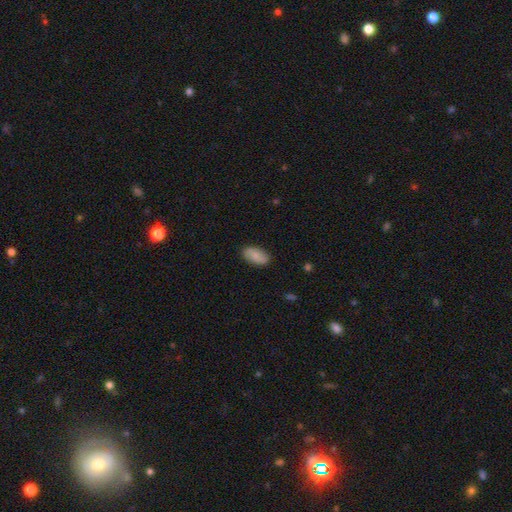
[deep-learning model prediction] smooth-or-featured: smooth: 78% | featured or disk: 16% | star or artifact: 6%
  how-rounded: in between: 93% | cigar-shaped: 4% | round: 3%
  merging: none: 86% | minor disturbance: 10% | major disturbance: 2% | merger: 1%